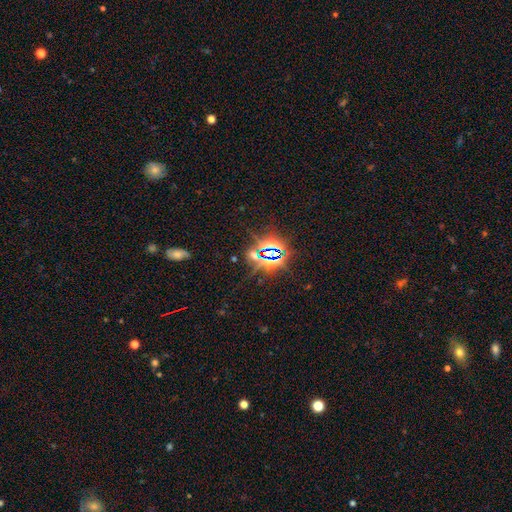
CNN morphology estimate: Smooth or featured?
  - star or artifact: 78% *
  - smooth: 13%
  - featured or disk: 9%